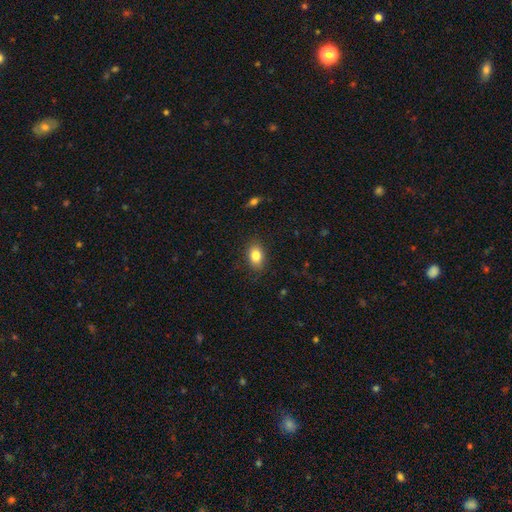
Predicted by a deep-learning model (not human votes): A smooth galaxy with no disk features (83%) that is in between round and cigar-shaped (80%). Merging: none (86%).